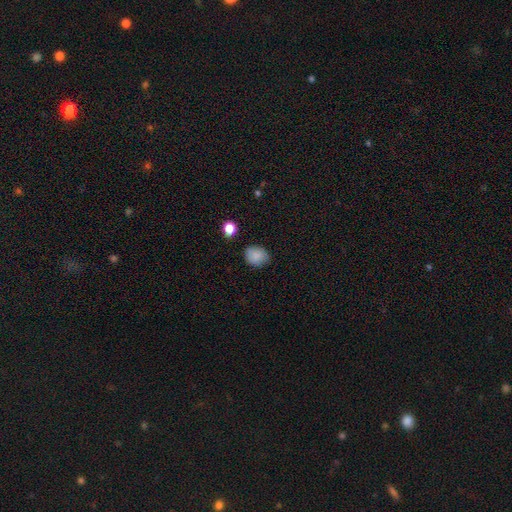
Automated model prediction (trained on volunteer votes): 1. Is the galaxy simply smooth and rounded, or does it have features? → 86% smooth, 9% star or artifact, 5% featured or disk.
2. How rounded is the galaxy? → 58% round, 41% in between, 1% cigar-shaped.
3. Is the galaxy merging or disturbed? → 77% none, 17% minor disturbance, 4% major disturbance, 2% merger.